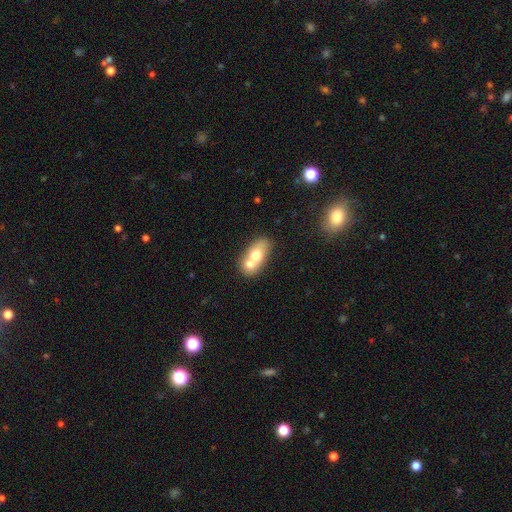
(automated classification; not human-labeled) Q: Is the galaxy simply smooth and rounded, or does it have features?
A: smooth — 64%.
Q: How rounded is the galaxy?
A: in between — 75%.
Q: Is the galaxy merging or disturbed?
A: merger — 67%.